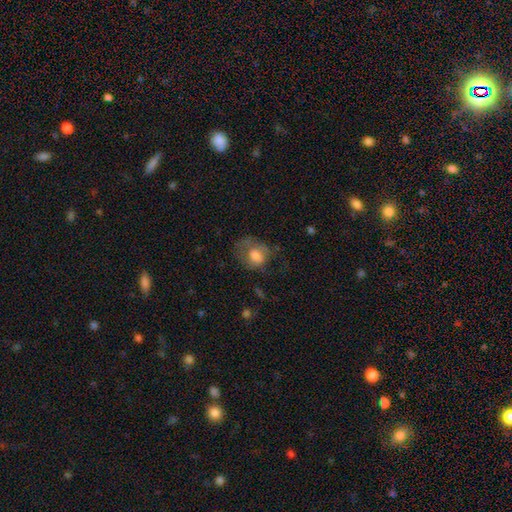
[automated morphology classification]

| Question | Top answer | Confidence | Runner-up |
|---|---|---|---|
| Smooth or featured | smooth | 62% | featured or disk (29%) |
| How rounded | round | 52% | in between (47%) |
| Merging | major disturbance | 37% | none (36%) |